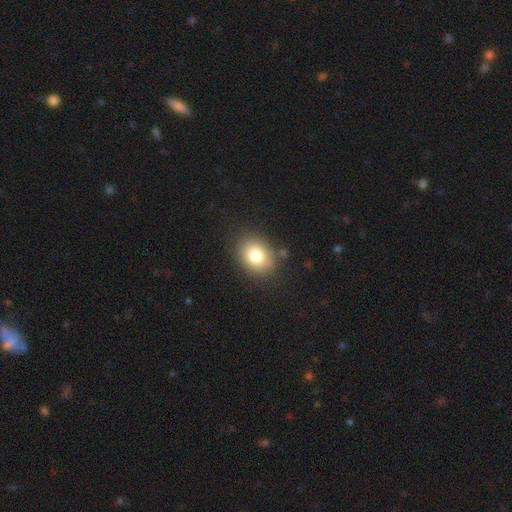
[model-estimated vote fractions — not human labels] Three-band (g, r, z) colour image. It shows a smooth galaxy with no disk features (79%) that is in between round and cigar-shaped (58%). Merging: none (82%).